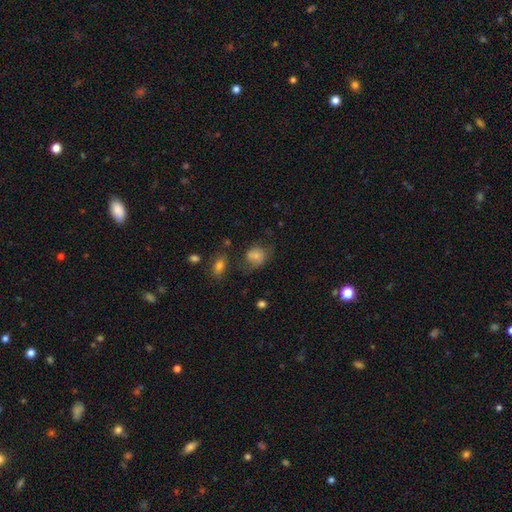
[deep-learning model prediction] smooth_or_featured: smooth (p=0.71) [alt: featured or disk p=0.18]
how_rounded: round (p=0.57) [alt: in between p=0.42]
merging: none (p=0.48) [alt: minor disturbance p=0.27]